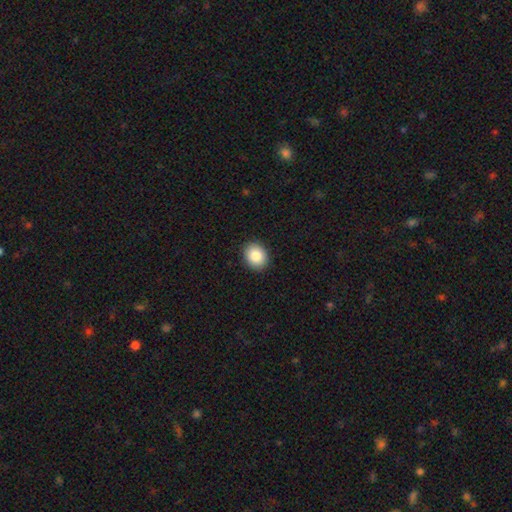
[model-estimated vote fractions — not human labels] smooth_or_featured: smooth (p=0.86) [alt: star or artifact p=0.08]
how_rounded: round (p=0.53) [alt: in between p=0.46]
merging: none (p=0.91) [alt: minor disturbance p=0.06]